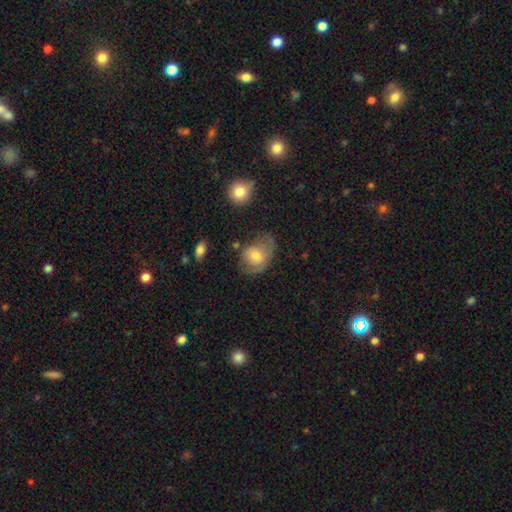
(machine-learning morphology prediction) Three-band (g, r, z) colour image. It shows a smooth galaxy with no disk features (59%) that is in between round and cigar-shaped (61%). Merging: none (33%).